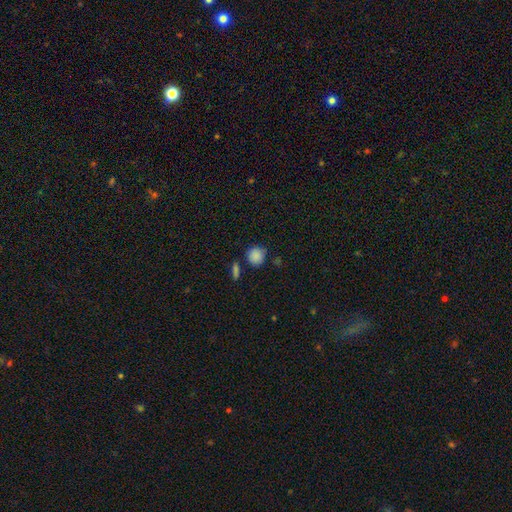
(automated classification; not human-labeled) Q: Smooth or featured?
A: smooth (86%); runner-up: star or artifact (9%)
Q: How rounded?
A: round (89%); runner-up: in between (10%)
Q: Merging?
A: none (76%); runner-up: minor disturbance (14%)